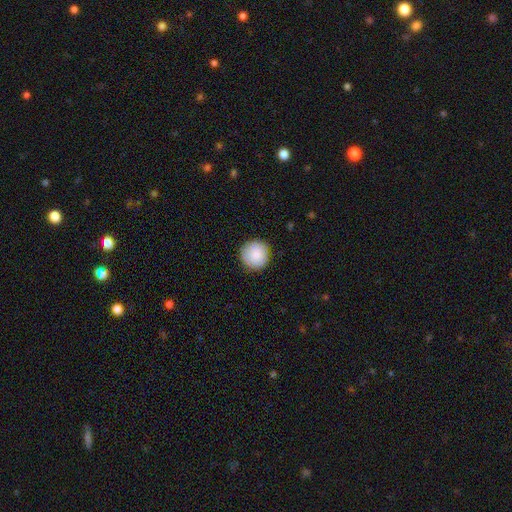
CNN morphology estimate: A smooth galaxy with no disk features (88%) that is round (96%). Merging: none (90%).